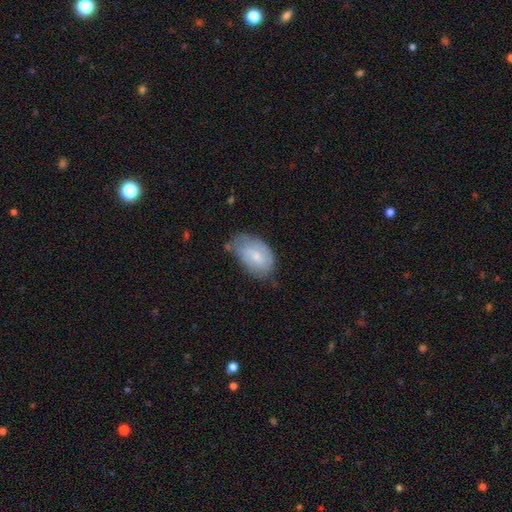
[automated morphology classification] The model was most divided on "merging": none: 53%, minor disturbance: 34%, major disturbance: 9%, merger: 4%. More confident: how rounded — in between (91%); smooth or featured — smooth (66%).